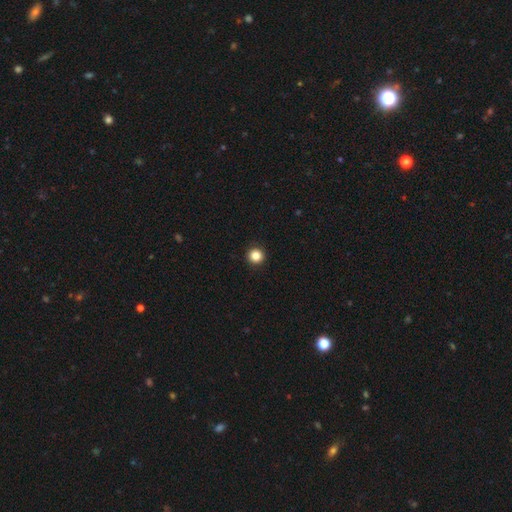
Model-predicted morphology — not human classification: Smooth or featured?
  - smooth: 85% *
  - star or artifact: 11%
  - featured or disk: 4%
How rounded?
  - round: 96% *
  - in between: 3%
  - cigar-shaped: 1%
Merging?
  - none: 94% *
  - minor disturbance: 4%
  - major disturbance: 1%
  - merger: 1%